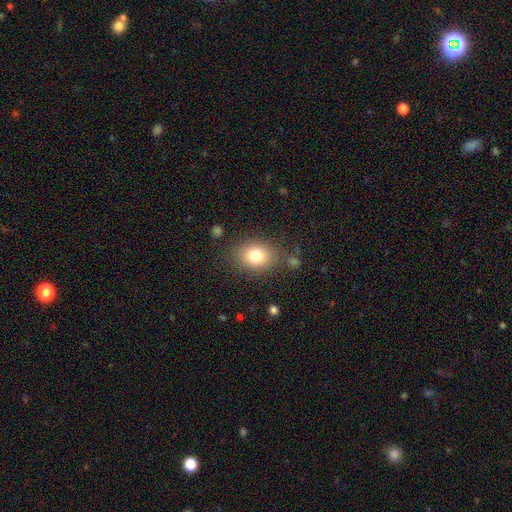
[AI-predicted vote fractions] A smooth galaxy with no disk features (79%) that is in between round and cigar-shaped (57%). Merging: none (81%).